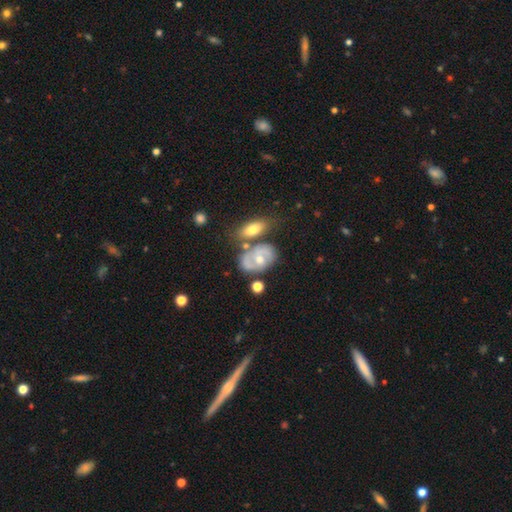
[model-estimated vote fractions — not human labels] Q: Smooth or featured?
A: featured or disk (63%); runner-up: smooth (25%)
Q: Edge-on disk?
A: no (80%); runner-up: yes (20%)
Q: Bar?
A: no (80%); runner-up: weak (15%)
Q: Spiral arms?
A: yes (58%); runner-up: no (42%)
Q: Bulge size?
A: small (47%); runner-up: moderate (46%)
Q: Merging?
A: none (56%); runner-up: merger (24%)